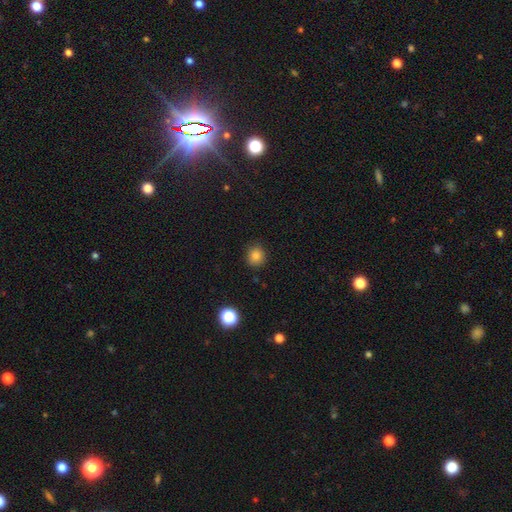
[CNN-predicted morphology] Q: Smooth or featured?
A: smooth (81%); runner-up: star or artifact (13%)
Q: How rounded?
A: round (86%); runner-up: in between (13%)
Q: Merging?
A: none (87%); runner-up: minor disturbance (9%)